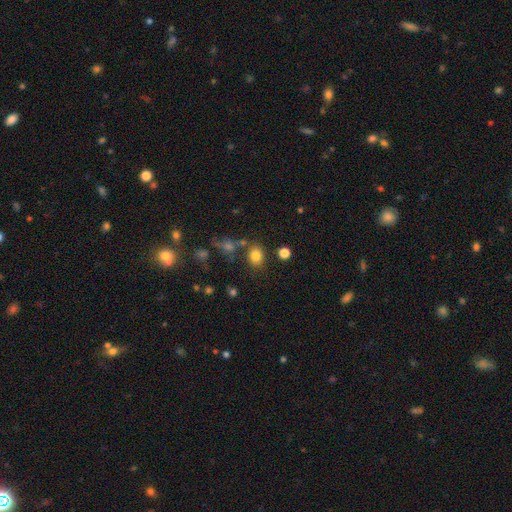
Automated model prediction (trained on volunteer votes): Q: Smooth or featured?
A: smooth (80%); runner-up: star or artifact (13%)
Q: How rounded?
A: round (53%); runner-up: in between (46%)
Q: Merging?
A: none (75%); runner-up: minor disturbance (12%)